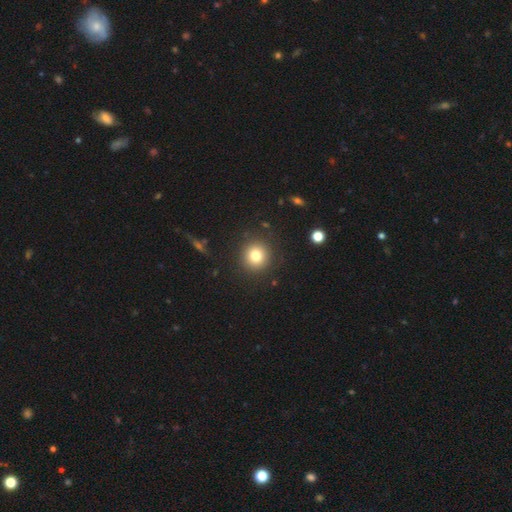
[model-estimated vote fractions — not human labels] smooth 78%, star or artifact 13%, featured or disk 9%. Down the decision tree: how rounded — round (94%); merging — none (90%).